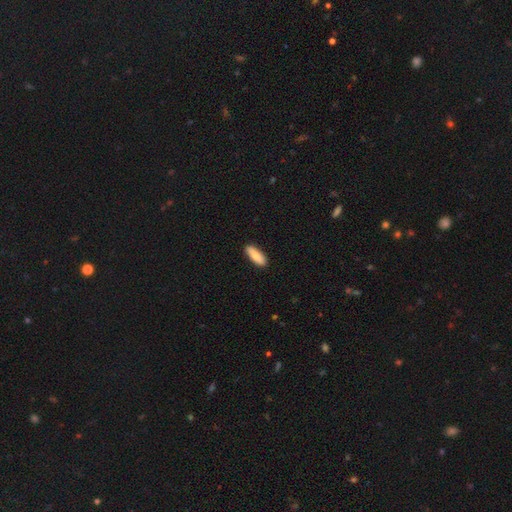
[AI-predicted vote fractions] smooth-or-featured: smooth: 85% | featured or disk: 10% | star or artifact: 6%
  how-rounded: in between: 57% | cigar-shaped: 42% | round: 2%
  merging: none: 88% | minor disturbance: 9% | major disturbance: 2% | merger: 1%